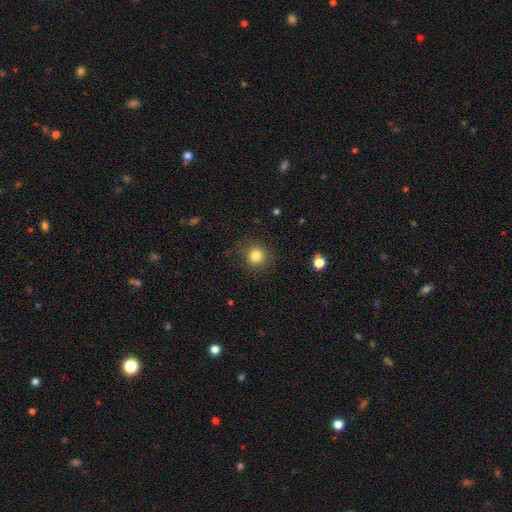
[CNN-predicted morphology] smooth-or-featured: smooth: 82% | star or artifact: 12% | featured or disk: 6%
  how-rounded: round: 90% | in between: 9% | cigar-shaped: 1%
  merging: none: 85% | minor disturbance: 10% | major disturbance: 4% | merger: 1%